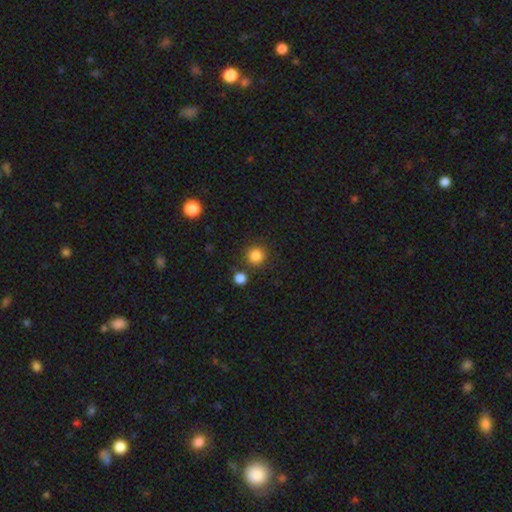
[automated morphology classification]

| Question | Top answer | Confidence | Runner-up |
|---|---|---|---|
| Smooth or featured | smooth | 84% | star or artifact (12%) |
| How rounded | round | 94% | in between (5%) |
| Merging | none | 82% | merger (8%) |